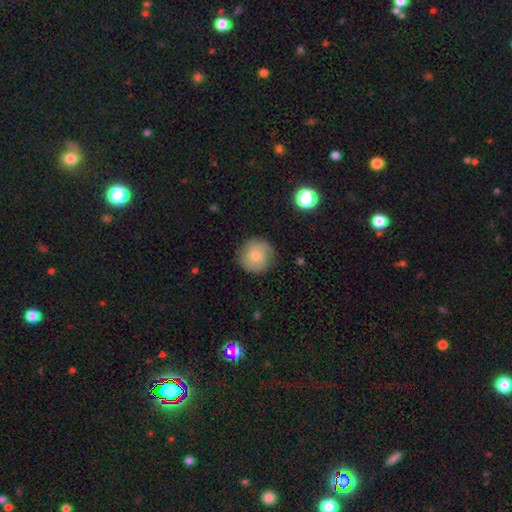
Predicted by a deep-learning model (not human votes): Smooth or featured? Predicted: smooth (p=0.47). Merging? Predicted: none (p=0.79).